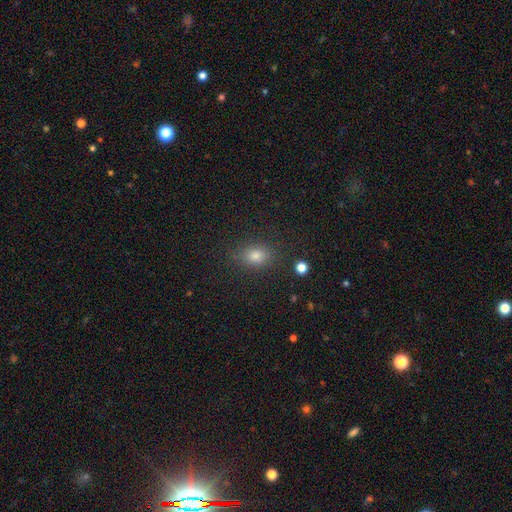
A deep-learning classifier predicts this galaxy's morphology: A smooth galaxy with no disk features (76%) that is in between round and cigar-shaped (63%).

Vote fractions:
- Smooth or featured? smooth: 76% / star or artifact: 16% / featured or disk: 8%
- How rounded? in between: 63% / round: 35% / cigar-shaped: 2%
- Merging? none: 84% / minor disturbance: 11% / major disturbance: 4% / merger: 2%